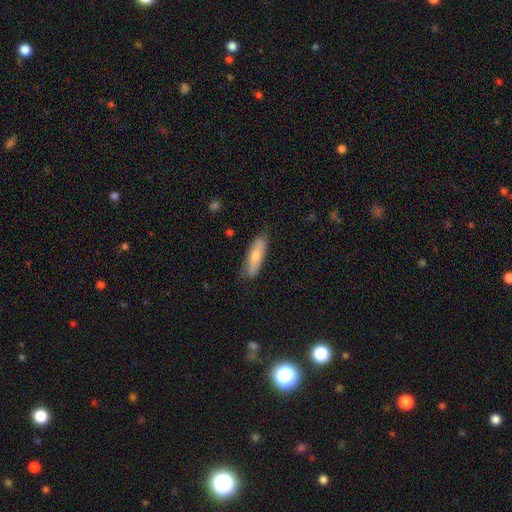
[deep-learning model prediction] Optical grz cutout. It shows a smooth galaxy with no disk features (70%) that is cigar-shaped (57%). Merging: none (80%).